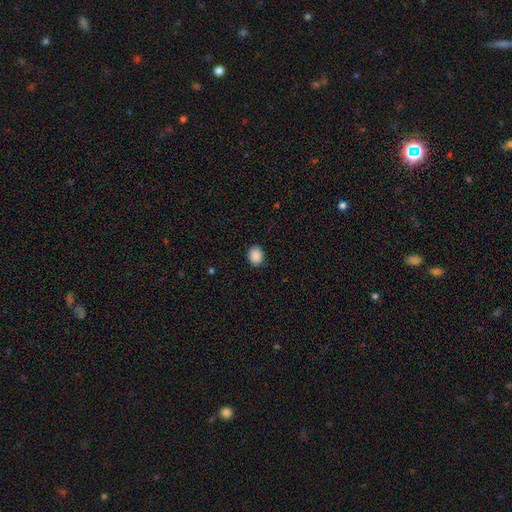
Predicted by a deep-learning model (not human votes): Smooth or featured?
  - smooth: 90% *
  - star or artifact: 8%
  - featured or disk: 2%
How rounded?
  - in between: 54% *
  - round: 45%
  - cigar-shaped: 1%
Merging?
  - none: 89% *
  - minor disturbance: 8%
  - major disturbance: 2%
  - merger: 1%